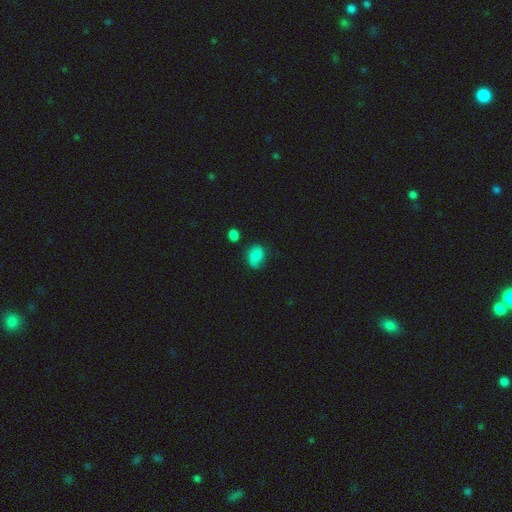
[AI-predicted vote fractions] A smooth galaxy with no disk features (80%) that is in between round and cigar-shaped (69%). Merging: none (65%).